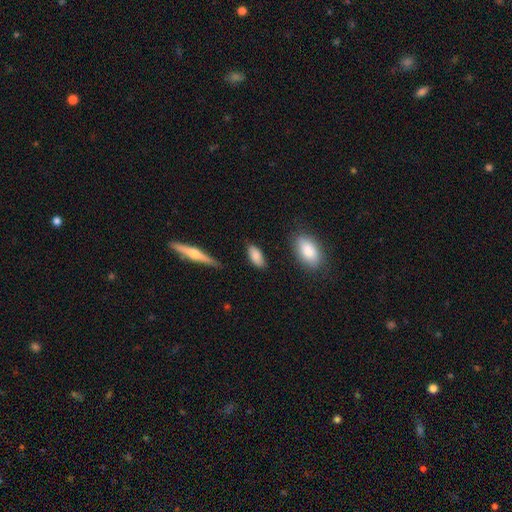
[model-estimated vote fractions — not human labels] Smooth or featured: smooth — 84% (featured or disk — 9%)
How rounded: in between — 88% (cigar-shaped — 10%)
Merging: none — 80% (minor disturbance — 14%)